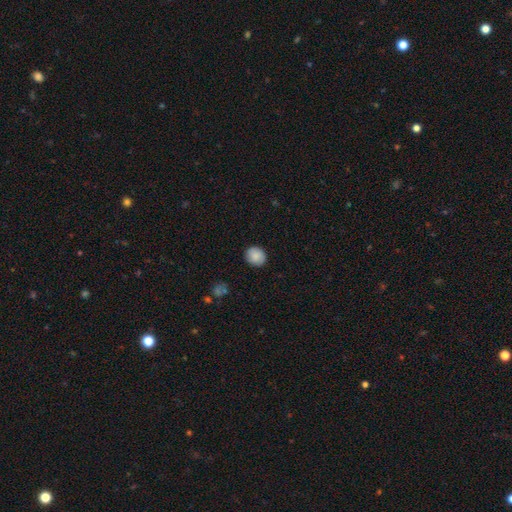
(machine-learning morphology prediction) A smooth galaxy with no disk features (85%) that is round (74%).

Vote fractions:
- Smooth or featured? smooth: 85% / star or artifact: 8% / featured or disk: 7%
- How rounded? round: 74% / in between: 25% / cigar-shaped: 1%
- Merging? none: 87% / minor disturbance: 9% / major disturbance: 2% / merger: 1%